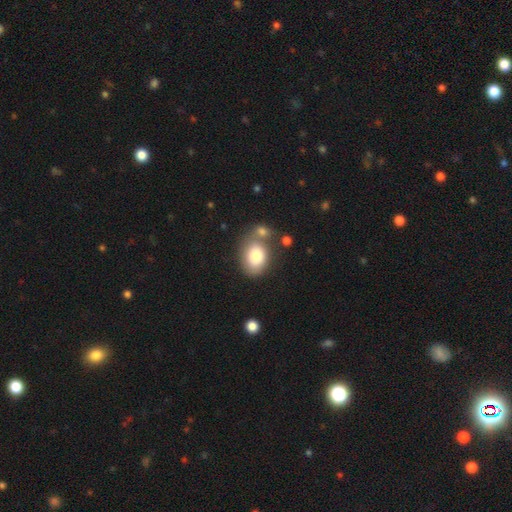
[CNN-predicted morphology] A smooth galaxy with no disk features (81%) that is in between round and cigar-shaped (72%). Merging: none (51%).